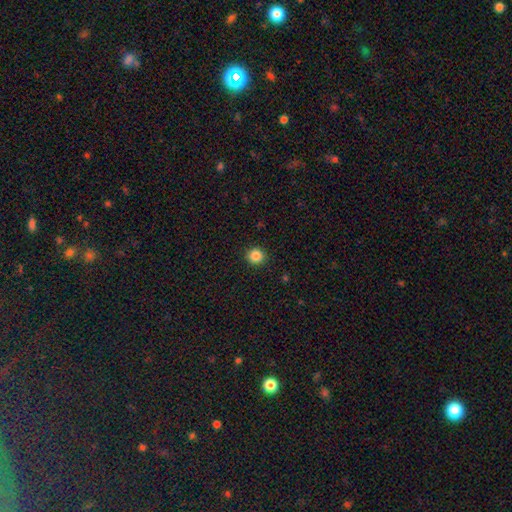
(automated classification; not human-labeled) Smooth or featured? smooth (85%)
How rounded? round (92%)
Merging? none (92%)